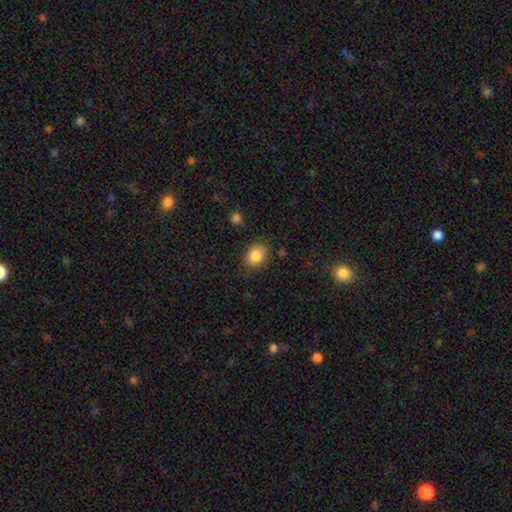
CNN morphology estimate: A smooth galaxy with no disk features (85%) that is in between round and cigar-shaped (69%). Merging: none (77%).